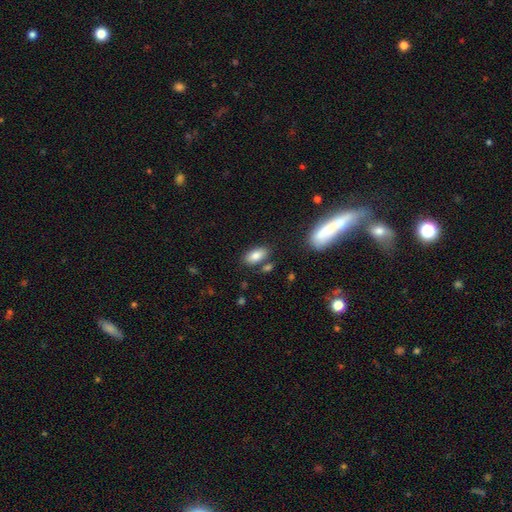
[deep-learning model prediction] smooth_or_featured: smooth (p=0.83) [alt: featured or disk p=0.09]
how_rounded: in between (p=0.90) [alt: cigar-shaped p=0.06]
merging: none (p=0.77) [alt: minor disturbance p=0.12]